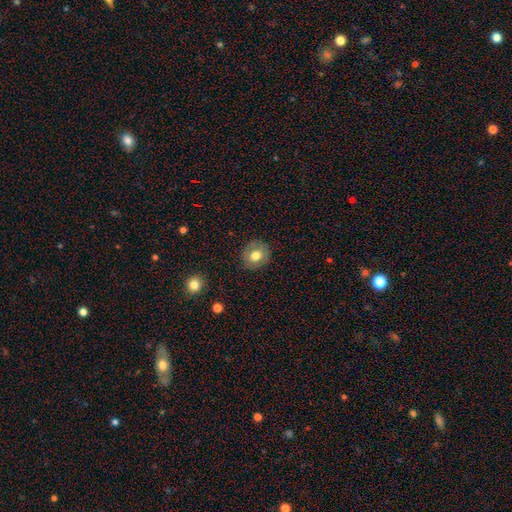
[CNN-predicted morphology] Smooth or featured?
  - smooth: 70% *
  - featured or disk: 20%
  - star or artifact: 9%
How rounded?
  - round: 82% *
  - in between: 17%
  - cigar-shaped: 1%
Merging?
  - none: 85% *
  - minor disturbance: 11%
  - major disturbance: 3%
  - merger: 1%